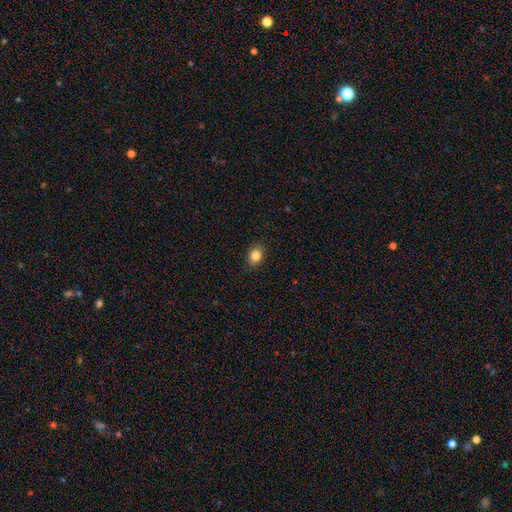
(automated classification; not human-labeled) A smooth galaxy with no disk features (83%) that is in between round and cigar-shaped (65%). Merging: none (88%).